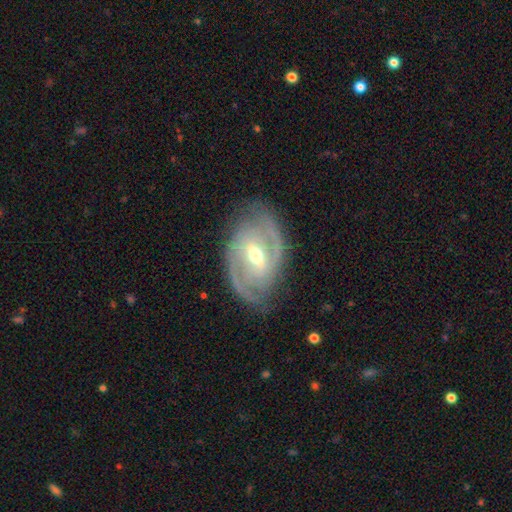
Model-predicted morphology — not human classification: The model was most divided on "spiral winding": tight: 54%, medium: 36%, loose: 9%. Remaining: edge-on disk — no (95%); spiral arms — yes (95%); smooth or featured — featured or disk (88%); merging — none (77%); spiral arm count — 2 (64%); bulge size — moderate (64%); bar — weak (49%).